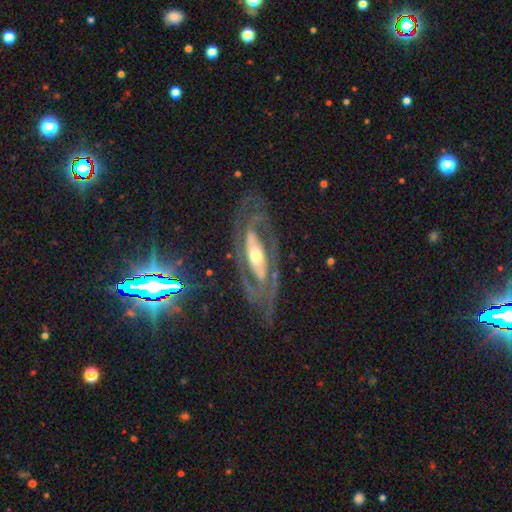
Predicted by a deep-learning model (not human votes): featured or disk 86%, smooth 8%, star or artifact 6%. Down the decision tree: edge-on disk — no (90%); bar — no (45%); spiral arms — yes (85%); spiral arm count — 2 (75%); spiral winding — tight (45%); bulge size — moderate (64%); merging — none (72%).